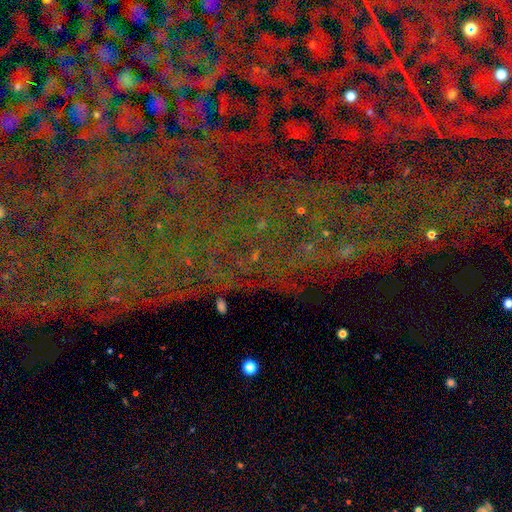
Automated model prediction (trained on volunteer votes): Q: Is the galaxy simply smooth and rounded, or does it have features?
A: star or artifact — 82%.